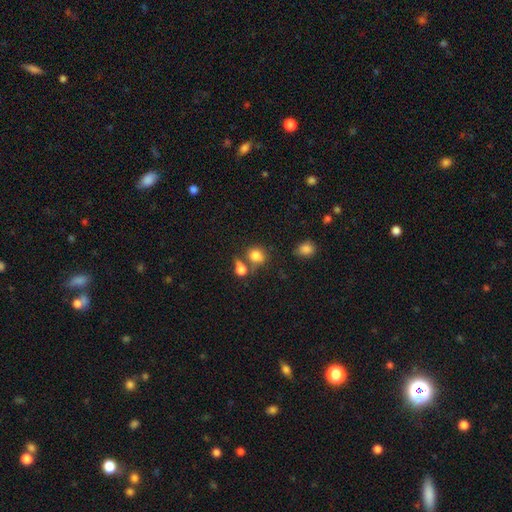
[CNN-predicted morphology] Smooth or featured? smooth (80%)
How rounded? round (52%)
Merging? none (47%)